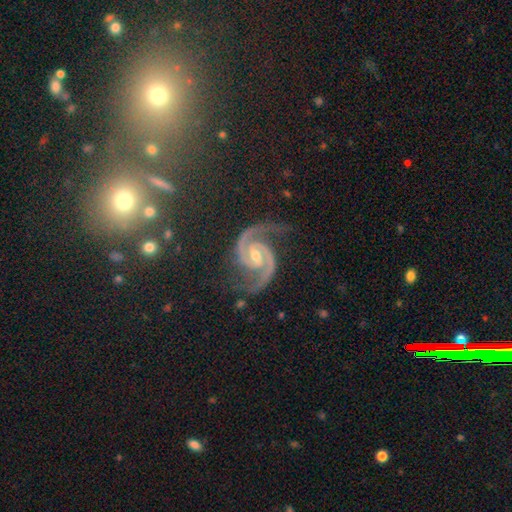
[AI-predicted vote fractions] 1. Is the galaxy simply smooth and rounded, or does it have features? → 92% featured or disk, 6% star or artifact, 2% smooth.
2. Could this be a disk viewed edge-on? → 98% no, 2% yes.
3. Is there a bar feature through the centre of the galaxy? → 42% weak, 40% no, 18% strong.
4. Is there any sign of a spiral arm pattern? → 99% yes, 1% no.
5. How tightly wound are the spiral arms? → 61% medium, 28% tight, 11% loose.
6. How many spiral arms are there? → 94% 2, 2% 3, 1% can't tell, 1% 1, 1% 4, 1% more than 4.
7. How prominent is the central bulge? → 54% moderate, 42% small, 2% large, 2% none, 1% dominant.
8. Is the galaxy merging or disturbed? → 77% none, 16% minor disturbance, 6% major disturbance, 2% merger.